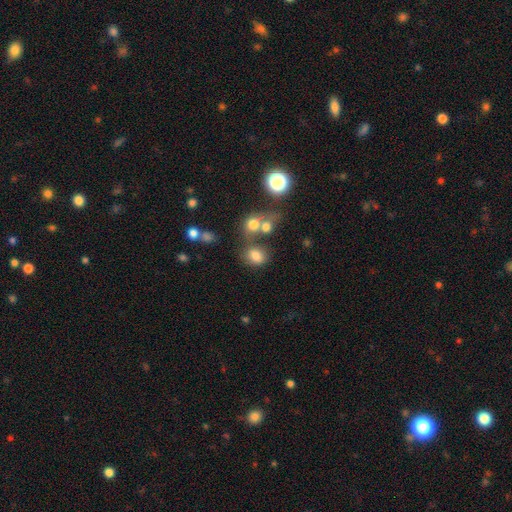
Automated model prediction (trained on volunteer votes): This is likely a smooth galaxy (76%). How rounded: possibly round (52%). Merging: possibly none (57%).